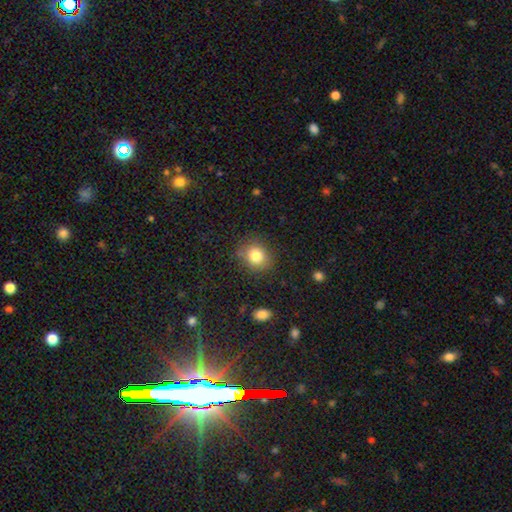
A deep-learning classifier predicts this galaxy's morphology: Smooth or featured: smooth — 82% (star or artifact — 10%)
How rounded: round — 71% (in between — 28%)
Merging: none — 80% (minor disturbance — 14%)